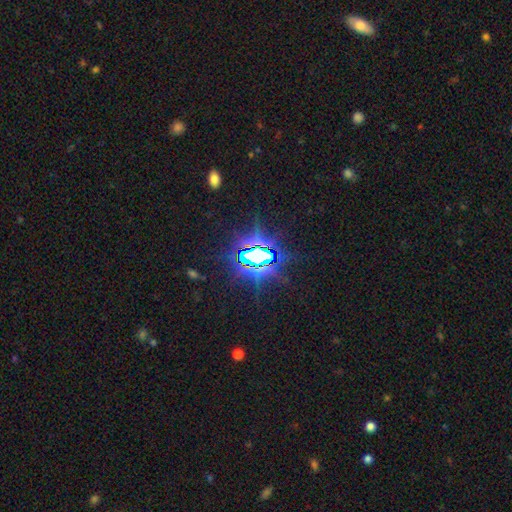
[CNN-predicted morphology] Smooth or featured?
  - star or artifact: 81% *
  - featured or disk: 10%
  - smooth: 9%